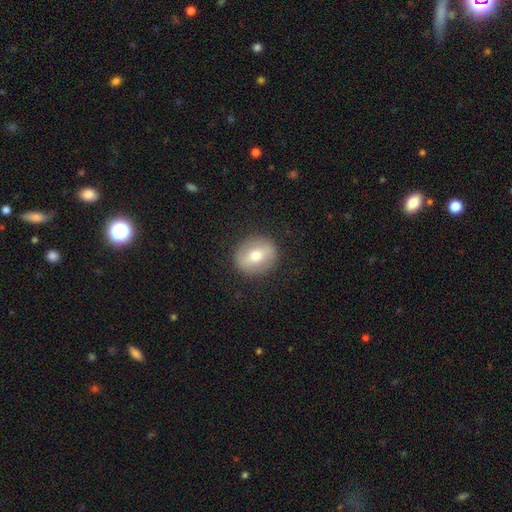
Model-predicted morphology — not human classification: Smooth or featured?
  - smooth: 57% *
  - featured or disk: 35%
  - star or artifact: 8%
How rounded?
  - round: 74% *
  - in between: 24%
  - cigar-shaped: 1%
Merging?
  - none: 88% *
  - minor disturbance: 8%
  - major disturbance: 3%
  - merger: 1%